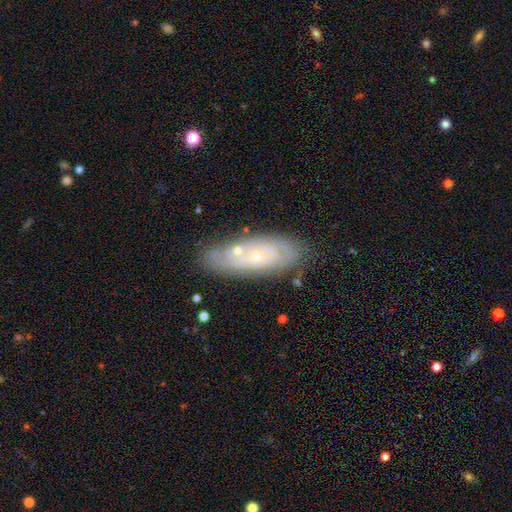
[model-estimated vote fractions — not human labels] Morphology: type=featured or disk (76%); edge-on=no (89%); bar=no (80%); spiral arms=yes (84%); winding=tight (73%); arm count=can't tell (50%); bulge=small (78%); merging=none (76%).